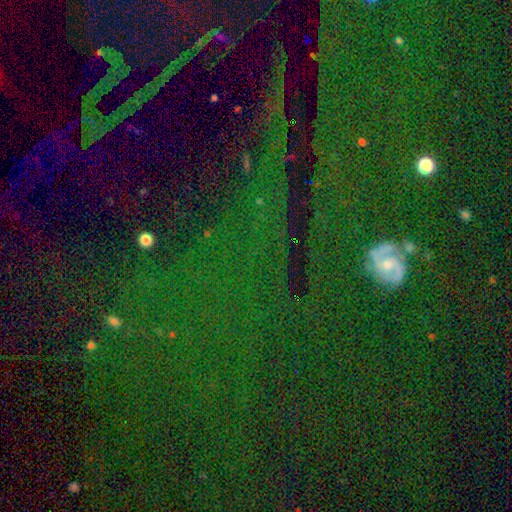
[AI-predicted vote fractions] Overall: star or artifact (72%).